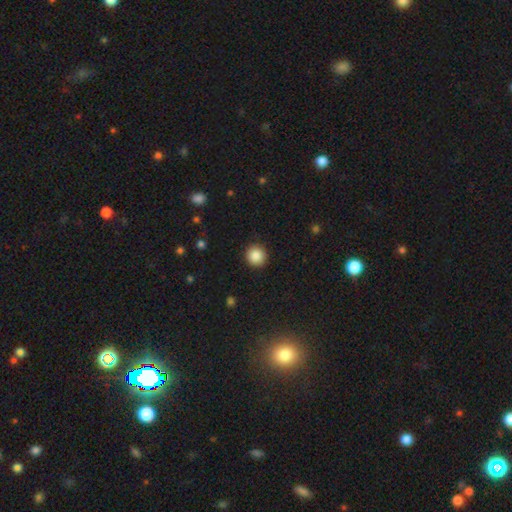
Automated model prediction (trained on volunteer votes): Q: Smooth or featured?
A: smooth (87%); runner-up: star or artifact (9%)
Q: How rounded?
A: round (94%); runner-up: in between (5%)
Q: Merging?
A: none (92%); runner-up: minor disturbance (5%)